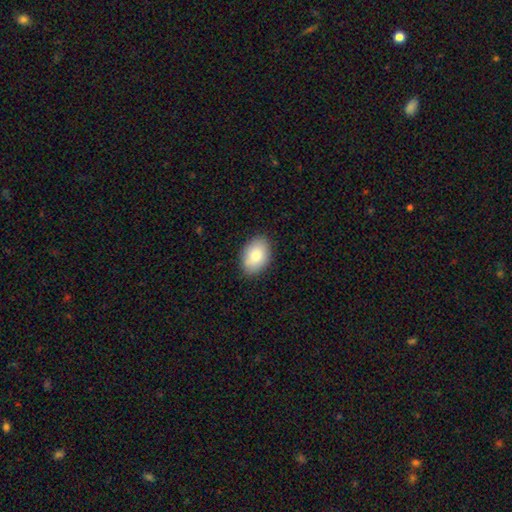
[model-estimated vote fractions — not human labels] Morphology: type=smooth (85%); roundness=in between (86%); merging=none (86%).